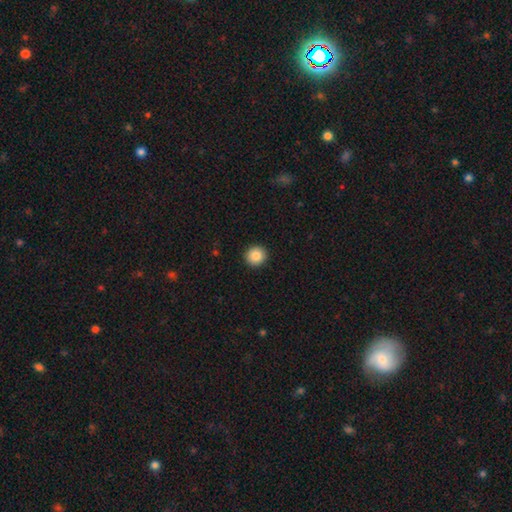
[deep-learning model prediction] smooth_or_featured: smooth (p=0.86) [alt: star or artifact p=0.09]
how_rounded: round (p=0.94) [alt: in between p=0.05]
merging: none (p=0.93) [alt: minor disturbance p=0.04]